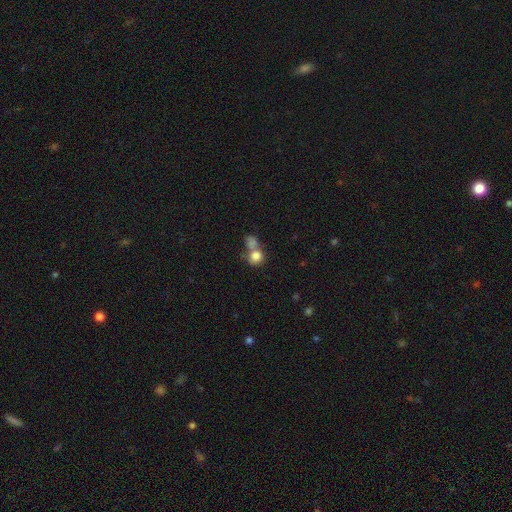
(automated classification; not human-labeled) Smooth or featured? Predicted: smooth (p=0.80). How rounded? Predicted: round (p=0.78). Merging? Predicted: merger (p=0.51).